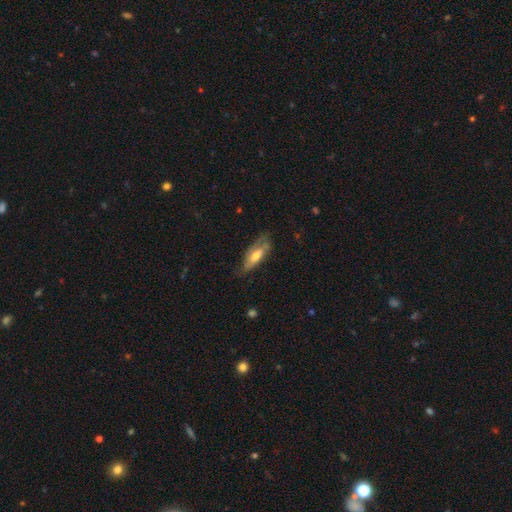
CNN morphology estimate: The model was most divided on "smooth or featured": featured or disk: 49%, smooth: 45%, star or artifact: 6%. More confident: merging — none (58%).